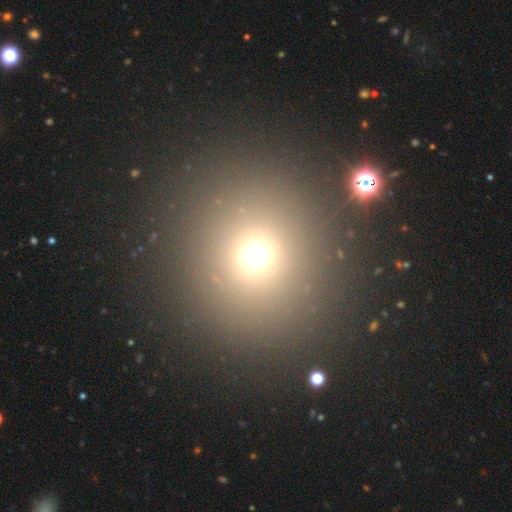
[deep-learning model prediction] Smooth or featured: smooth — 66% (star or artifact — 26%)
How rounded: round — 83% (in between — 16%)
Merging: none — 84% (minor disturbance — 7%)